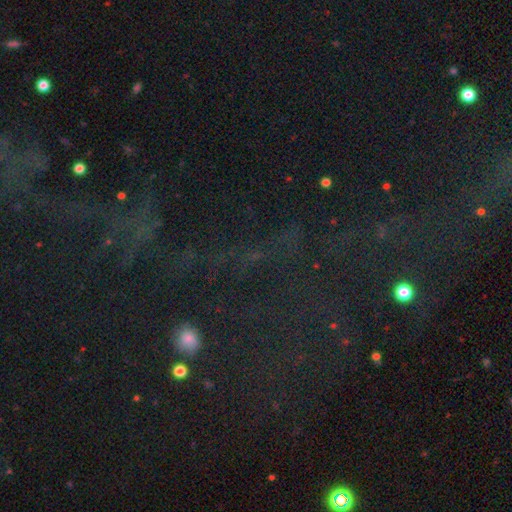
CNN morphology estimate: Overall: star or artifact (75%).